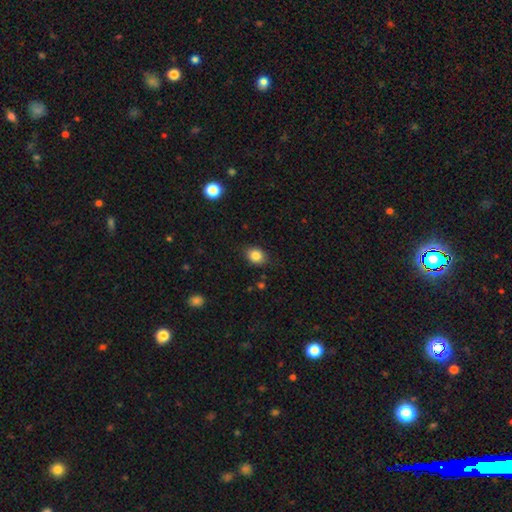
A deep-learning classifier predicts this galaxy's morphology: smooth 85%, star or artifact 9%, featured or disk 6%. Down the decision tree: how rounded — in between (57%); merging — none (84%).